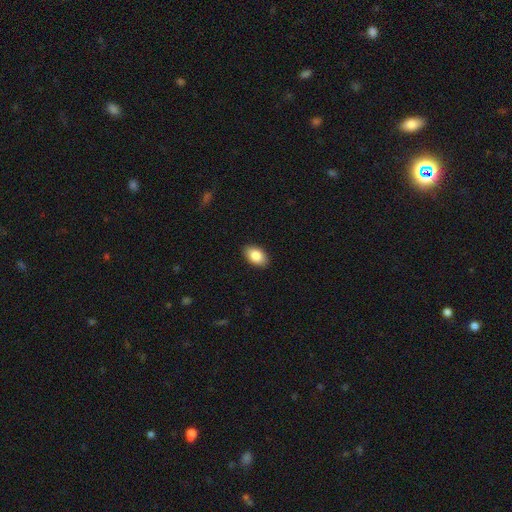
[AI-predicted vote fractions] A smooth galaxy with no disk features (86%) that is in between round and cigar-shaped (92%). Merging: none (90%).